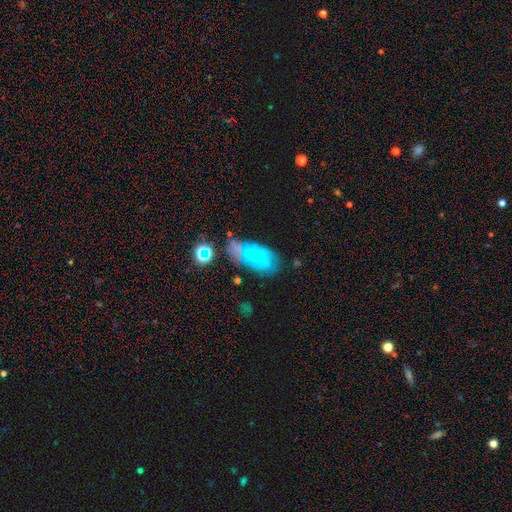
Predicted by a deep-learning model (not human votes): This is possibly a featured or disk galaxy (57%). It is clearly not viewed edge-on (95%). Bar: possibly no (60%). Spiral arm pattern: likely yes (70%). Central bulge: marginally none (42%). Merging: possibly none (55%).